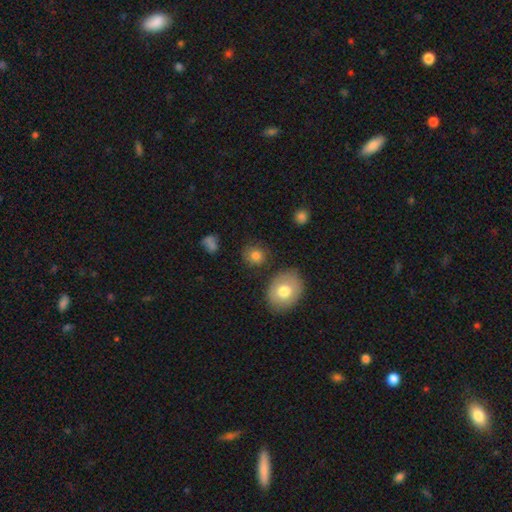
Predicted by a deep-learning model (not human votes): The model was most divided on "how rounded": round: 83%, in between: 16%, cigar-shaped: 1%. More confident: merging — none (81%); smooth or featured — smooth (80%).